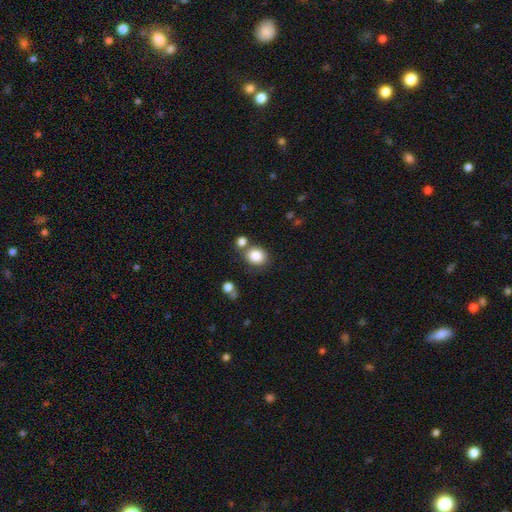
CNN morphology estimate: type=smooth (85%); roundness=round (64%); merging=none (68%).